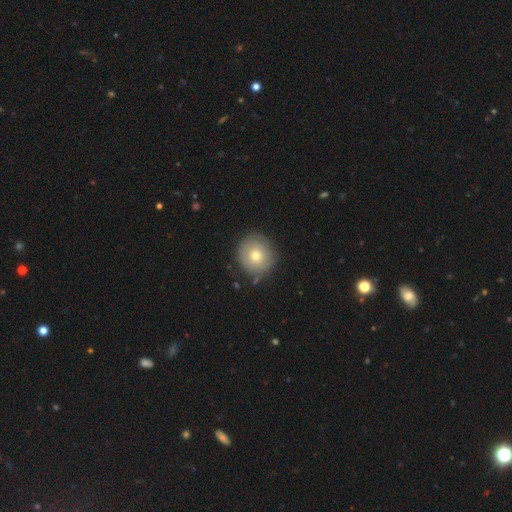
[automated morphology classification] A smooth galaxy with no disk features (62%) that is round (89%).

Vote fractions:
- Smooth or featured? smooth: 62% / featured or disk: 30% / star or artifact: 8%
- How rounded? round: 89% / in between: 10% / cigar-shaped: 1%
- Merging? none: 81% / minor disturbance: 14% / major disturbance: 3% / merger: 2%